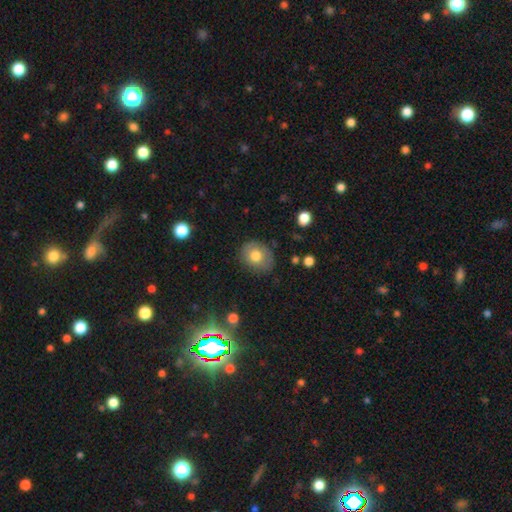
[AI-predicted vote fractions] Smooth or featured: smooth — 72% (featured or disk — 19%)
How rounded: round — 56% (in between — 43%)
Merging: none — 78% (minor disturbance — 16%)